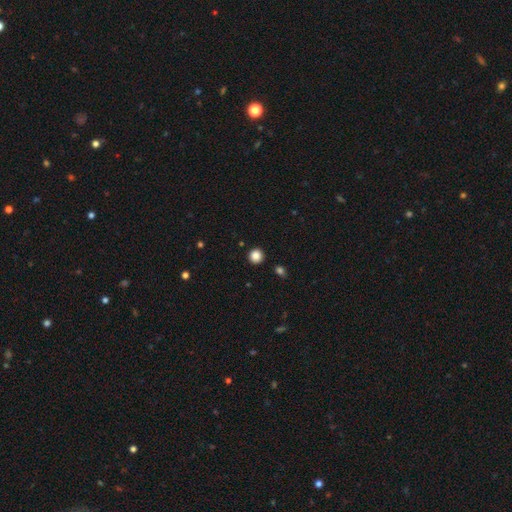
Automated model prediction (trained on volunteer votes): The model was most divided on "smooth or featured": smooth: 86%, star or artifact: 11%, featured or disk: 3%. More confident: how rounded — round (94%); merging — none (92%).